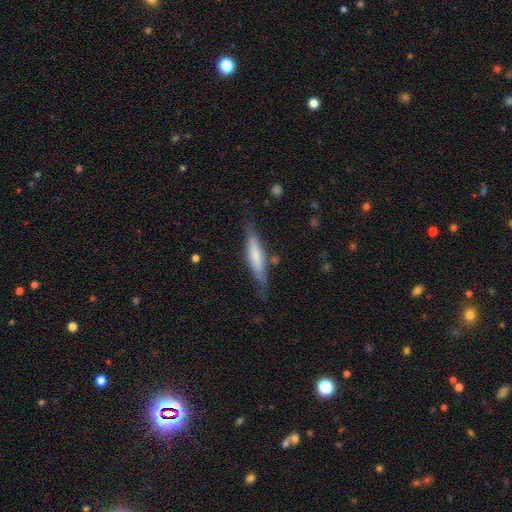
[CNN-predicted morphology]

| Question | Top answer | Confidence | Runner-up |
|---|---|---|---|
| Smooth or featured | smooth | 55% | featured or disk (40%) |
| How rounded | cigar-shaped | 83% | in between (15%) |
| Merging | none | 69% | minor disturbance (22%) |